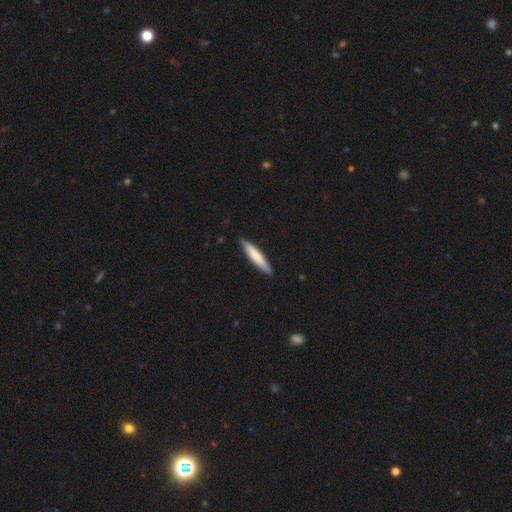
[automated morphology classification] smooth-or-featured: smooth: 74% | featured or disk: 21% | star or artifact: 5%
  how-rounded: cigar-shaped: 88% | in between: 10% | round: 1%
  merging: none: 87% | minor disturbance: 11% | major disturbance: 2% | merger: 1%